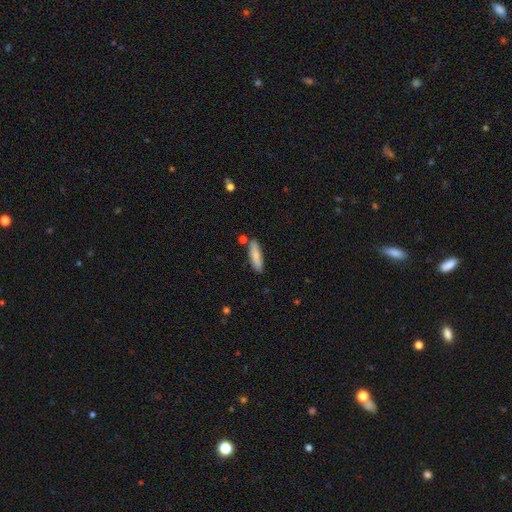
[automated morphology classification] smooth_or_featured: smooth (p=0.79) [alt: featured or disk p=0.15]
how_rounded: cigar-shaped (p=0.66) [alt: in between p=0.32]
merging: none (p=0.82) [alt: minor disturbance p=0.11]